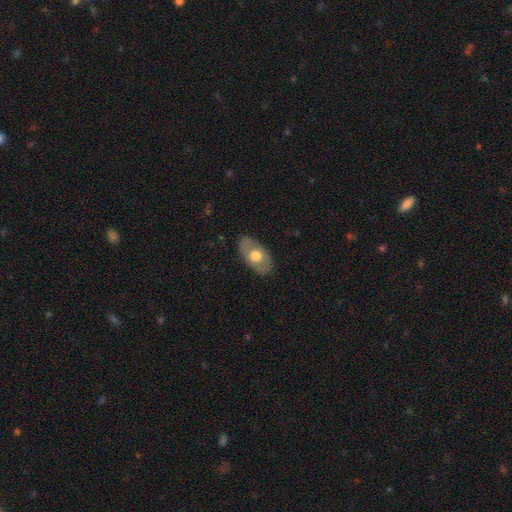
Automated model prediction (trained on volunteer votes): smooth 55%, featured or disk 39%, star or artifact 6%. Down the decision tree: how rounded — in between (89%); merging — none (82%).